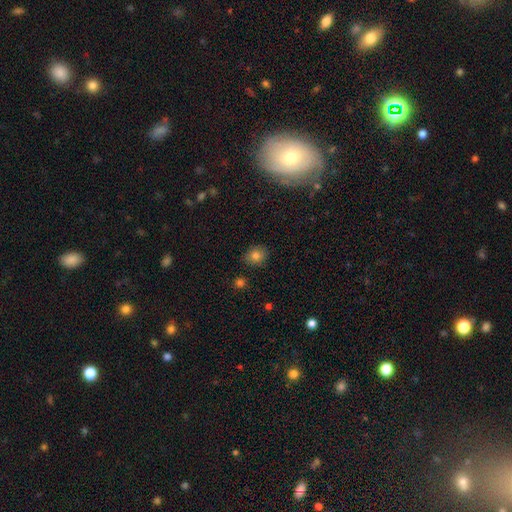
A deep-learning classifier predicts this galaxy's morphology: smooth-or-featured: smooth: 79% | star or artifact: 12% | featured or disk: 9%
  how-rounded: round: 63% | in between: 36% | cigar-shaped: 1%
  merging: none: 87% | minor disturbance: 9% | major disturbance: 2% | merger: 2%